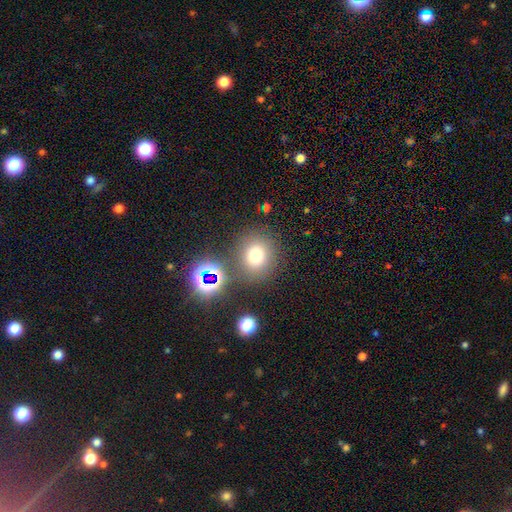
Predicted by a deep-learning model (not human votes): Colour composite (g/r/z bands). It shows a smooth galaxy with no disk features (72%) that is round (83%). Merging: none (78%).